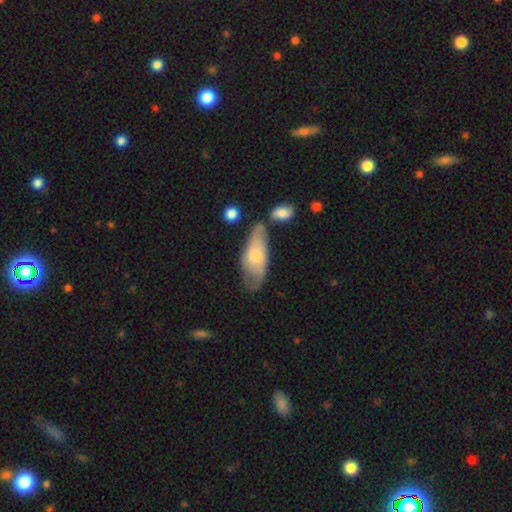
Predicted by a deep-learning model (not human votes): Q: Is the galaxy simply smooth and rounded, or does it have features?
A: smooth — 56%.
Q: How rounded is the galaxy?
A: in between — 78%.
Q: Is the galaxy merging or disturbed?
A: none — 51%.